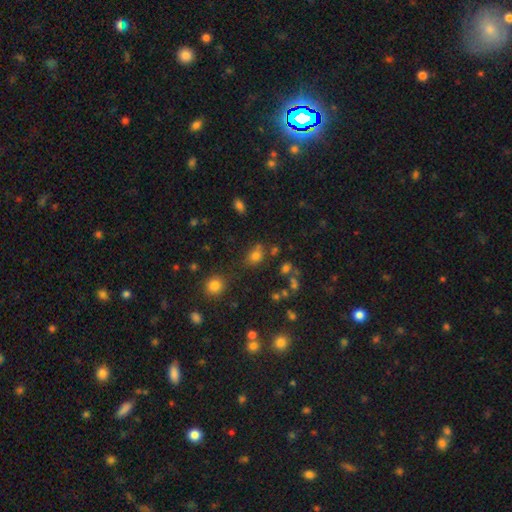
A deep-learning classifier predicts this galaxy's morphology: Smooth or featured: smooth — 74% (star or artifact — 18%)
How rounded: in between — 52% (round — 47%)
Merging: none — 64% (minor disturbance — 16%)